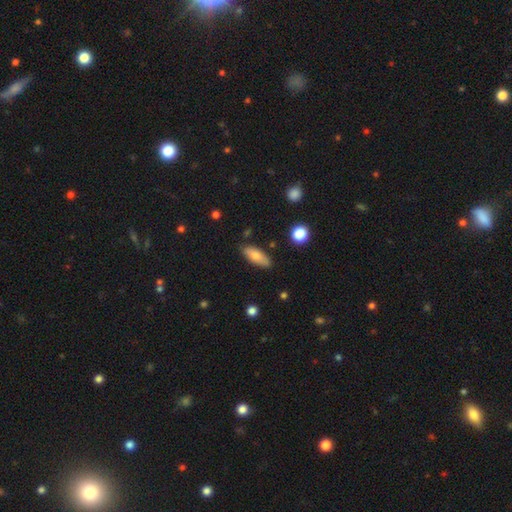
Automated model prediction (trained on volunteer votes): smooth_or_featured: smooth (p=0.77) [alt: featured or disk p=0.17]
how_rounded: in between (p=0.70) [alt: cigar-shaped p=0.27]
merging: none (p=0.80) [alt: minor disturbance p=0.15]